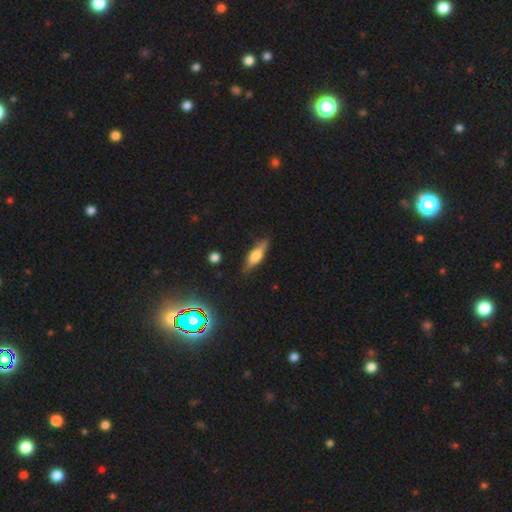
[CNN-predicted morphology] Overall: smooth (53%; featured or disk 39%). How rounded: cigar-shaped (54%; in between 43%). Merging: none (79%).